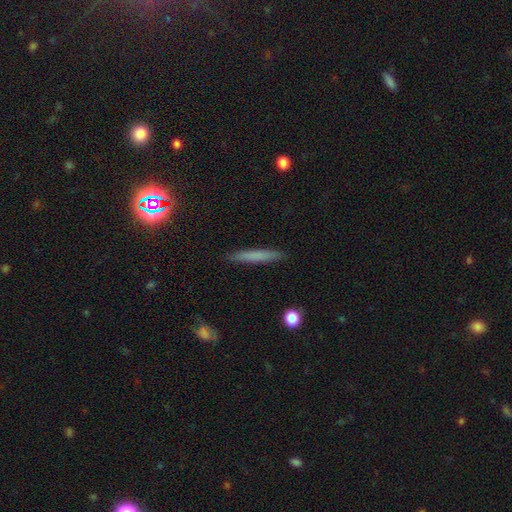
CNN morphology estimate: smooth 69%, featured or disk 22%, star or artifact 9%. Down the decision tree: how rounded — cigar-shaped (95%); merging — none (91%).